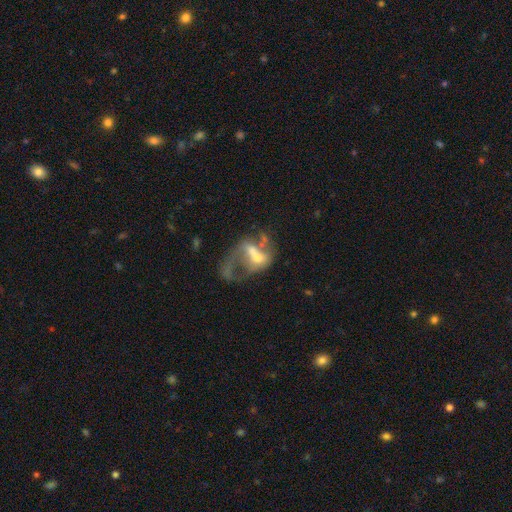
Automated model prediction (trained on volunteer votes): This is likely a featured or disk galaxy (63%). It is clearly not viewed edge-on (96%). Bar: possibly no (52%). Spiral arm pattern: possibly no (52%). Central bulge: marginally moderate (43%). Merging: possibly major disturbance (46%).